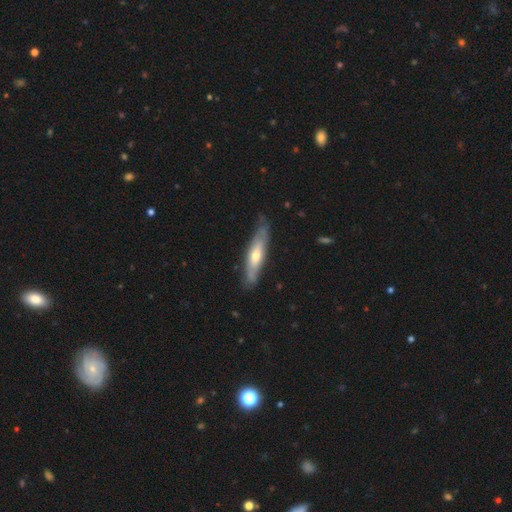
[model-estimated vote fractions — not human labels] A featured or disk galaxy (54%) viewed edge-on (64%).

Vote fractions:
- Smooth or featured? featured or disk: 54% / smooth: 41% / star or artifact: 5%
- Edge-on disk? yes: 64% / no: 36%
- Merging? none: 73% / minor disturbance: 21% / major disturbance: 4% / merger: 2%